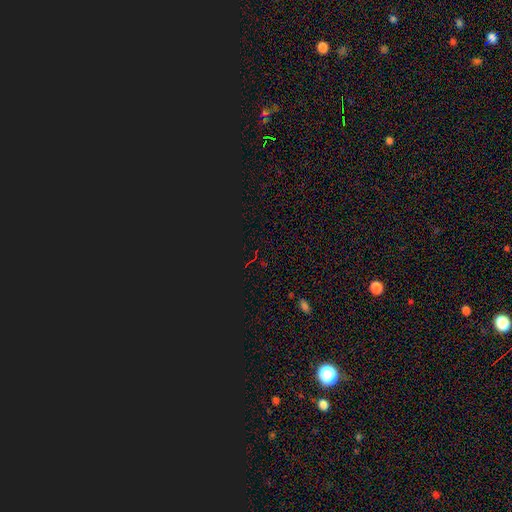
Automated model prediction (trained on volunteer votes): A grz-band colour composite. It shows a star or artifact, not a galaxy (79%).